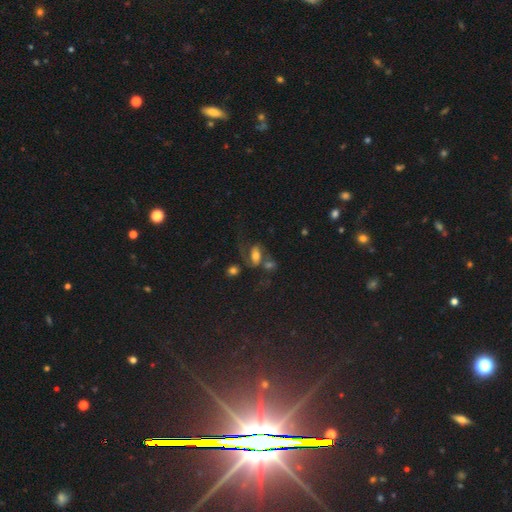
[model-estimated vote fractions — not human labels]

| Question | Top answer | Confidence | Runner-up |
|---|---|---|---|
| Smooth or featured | featured or disk | 45% | smooth (41%) |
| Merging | merger | 32% | none (31%) |